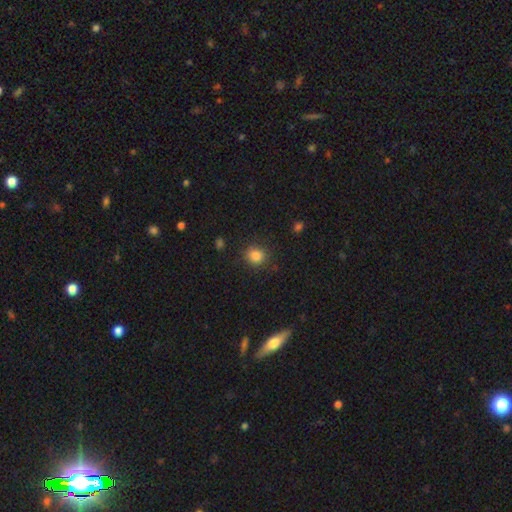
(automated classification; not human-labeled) This appears to be a smooth galaxy with no disk features (84%) that is round (84%). Merging: none (85%).